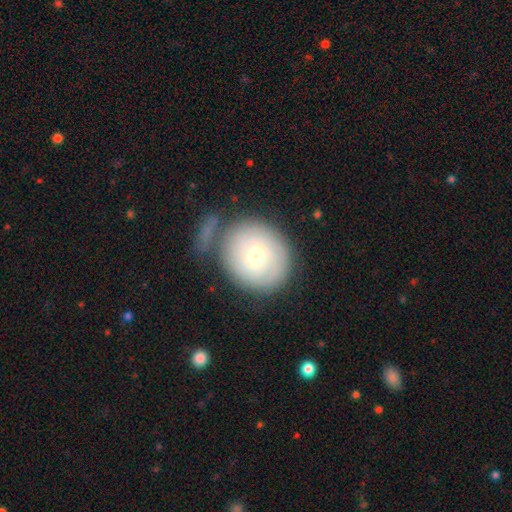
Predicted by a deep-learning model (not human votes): A featured or disk galaxy (60%) with no bar (56%), spiral arms (74%) and a moderate central bulge (67%).

Vote fractions:
- Smooth or featured? featured or disk: 60% / smooth: 32% / star or artifact: 7%
- Edge-on disk? no: 97% / yes: 3%
- Bar? no: 56% / weak: 36% / strong: 8%
- Spiral arms? yes: 74% / no: 26%
- Bulge size? moderate: 67% / small: 28% / large: 4% / dominant: 1% / none: 1%
- Merging? none: 63% / minor disturbance: 19% / merger: 9% / major disturbance: 9%